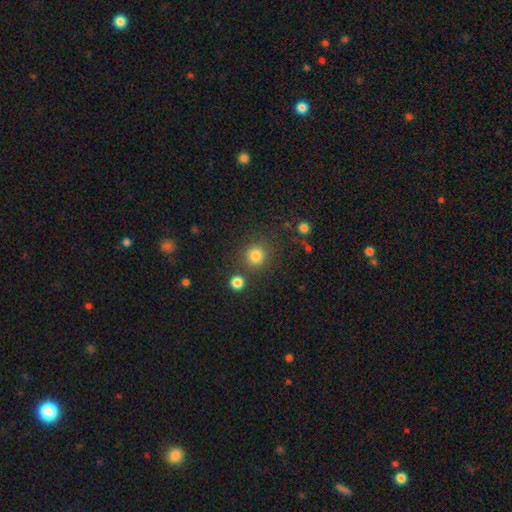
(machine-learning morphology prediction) type=smooth (82%); roundness=round (91%); merging=none (79%).